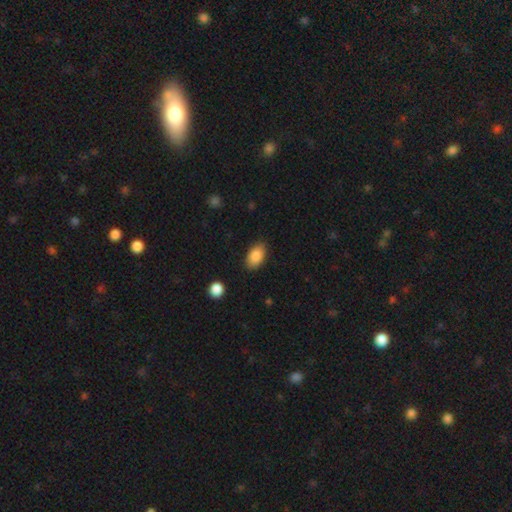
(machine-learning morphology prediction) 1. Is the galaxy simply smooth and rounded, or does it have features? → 86% smooth, 7% star or artifact, 7% featured or disk.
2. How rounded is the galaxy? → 91% in between, 7% round, 2% cigar-shaped.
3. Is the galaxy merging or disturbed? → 83% none, 13% minor disturbance, 3% major disturbance, 1% merger.